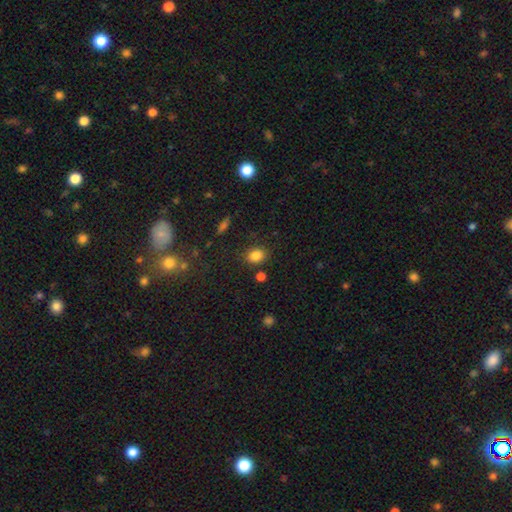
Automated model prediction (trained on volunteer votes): smooth 84%, star or artifact 11%, featured or disk 5%. Down the decision tree: how rounded — in between (56%); merging — none (81%).